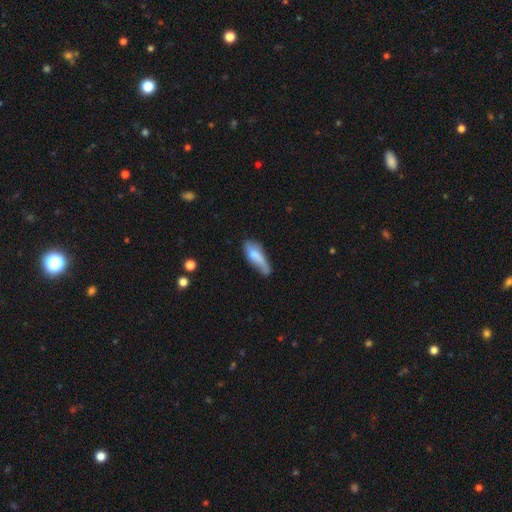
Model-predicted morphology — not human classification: This appears to be a smooth galaxy with no disk features (69%) that is in between round and cigar-shaped (56%). Merging: minor disturbance (38%).